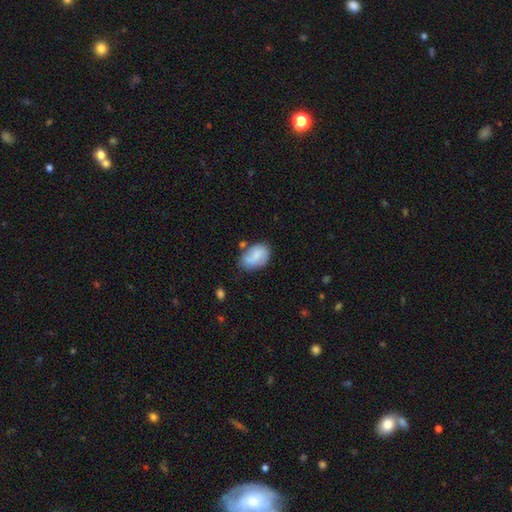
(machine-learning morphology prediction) Smooth or featured? Predicted: smooth (p=0.61). How rounded? Predicted: in between (p=0.83). Merging? Predicted: none (p=0.53).